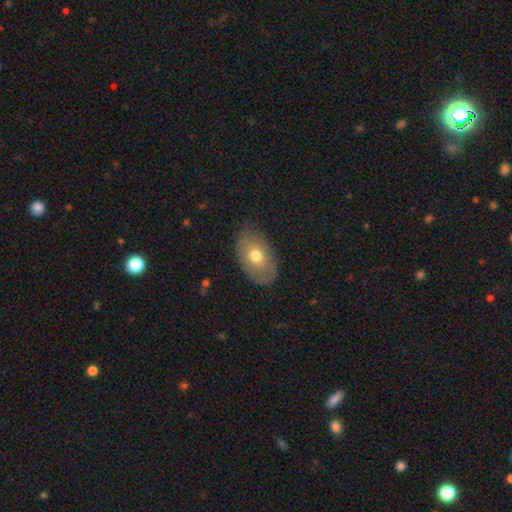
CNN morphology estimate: smooth_or_featured: smooth (p=0.65) [alt: featured or disk p=0.27]
how_rounded: in between (p=0.87) [alt: round p=0.12]
merging: none (p=0.77) [alt: minor disturbance p=0.17]